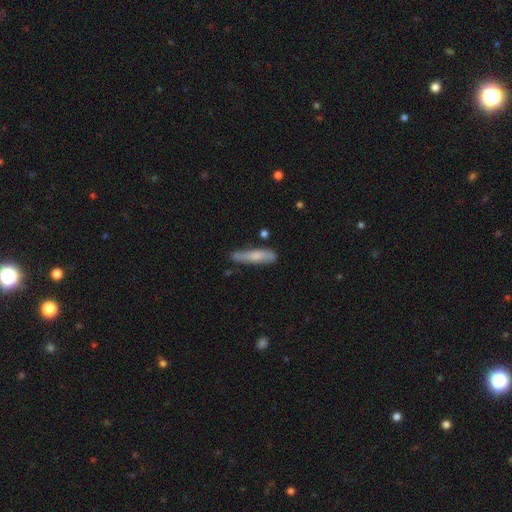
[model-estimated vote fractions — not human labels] Smooth or featured? Predicted: smooth (p=0.65). How rounded? Predicted: cigar-shaped (p=0.82). Merging? Predicted: none (p=0.64).